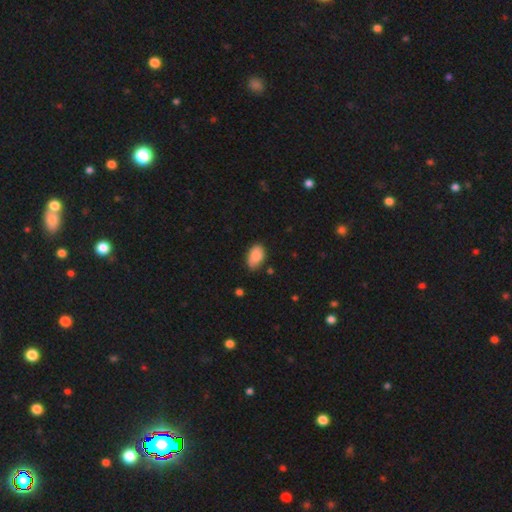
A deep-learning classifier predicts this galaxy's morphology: Smooth or featured?
  - smooth: 88% *
  - star or artifact: 7%
  - featured or disk: 5%
How rounded?
  - in between: 91% *
  - round: 8%
  - cigar-shaped: 1%
Merging?
  - none: 69% *
  - minor disturbance: 25%
  - major disturbance: 4%
  - merger: 2%